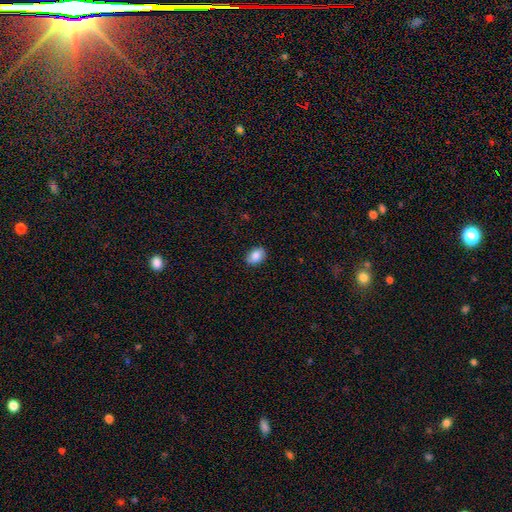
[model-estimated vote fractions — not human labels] Q: Smooth or featured?
A: smooth (86%); runner-up: star or artifact (8%)
Q: How rounded?
A: in between (79%); runner-up: round (20%)
Q: Merging?
A: none (87%); runner-up: minor disturbance (10%)